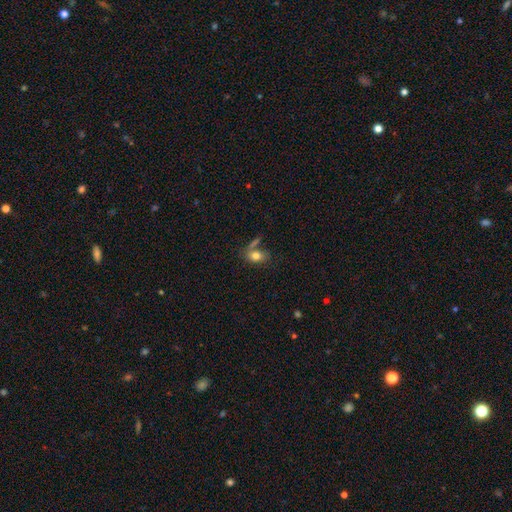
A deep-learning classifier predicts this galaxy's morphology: Smooth or featured?
  - smooth: 78% *
  - featured or disk: 13%
  - star or artifact: 9%
How rounded?
  - in between: 81% *
  - round: 17%
  - cigar-shaped: 2%
Merging?
  - none: 52% *
  - merger: 23%
  - minor disturbance: 17%
  - major disturbance: 9%